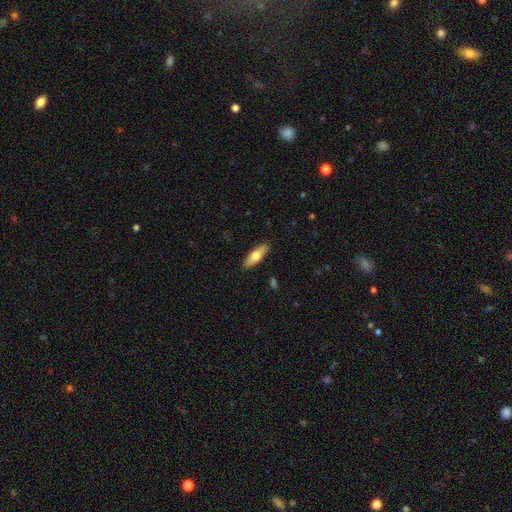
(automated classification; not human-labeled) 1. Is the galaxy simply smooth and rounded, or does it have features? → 64% smooth, 30% featured or disk, 6% star or artifact.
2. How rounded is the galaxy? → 55% in between, 43% cigar-shaped, 2% round.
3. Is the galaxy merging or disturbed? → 89% none, 8% minor disturbance, 2% major disturbance, 1% merger.